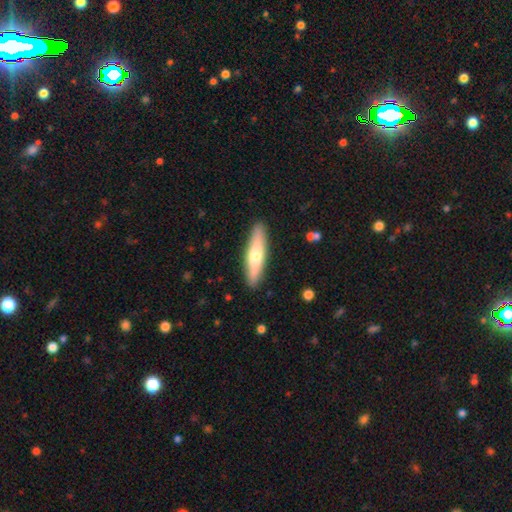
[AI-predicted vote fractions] This is possibly a smooth galaxy (58%). How rounded: likely cigar-shaped (75%). Merging: clearly none (90%).